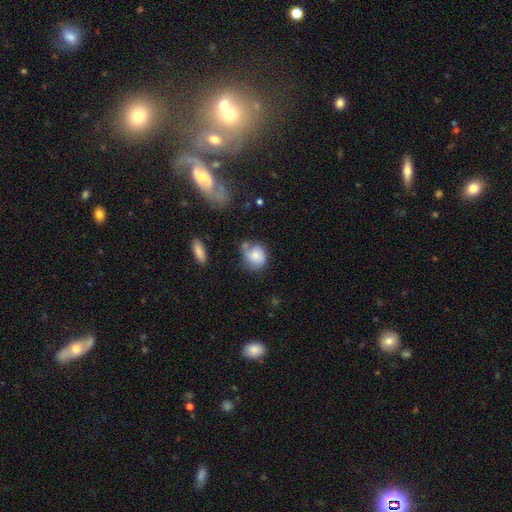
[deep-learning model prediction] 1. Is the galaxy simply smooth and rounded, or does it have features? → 64% smooth, 28% featured or disk, 8% star or artifact.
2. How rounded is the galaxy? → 59% round, 40% in between, 1% cigar-shaped.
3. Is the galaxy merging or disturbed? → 41% none, 32% minor disturbance, 19% major disturbance, 9% merger.